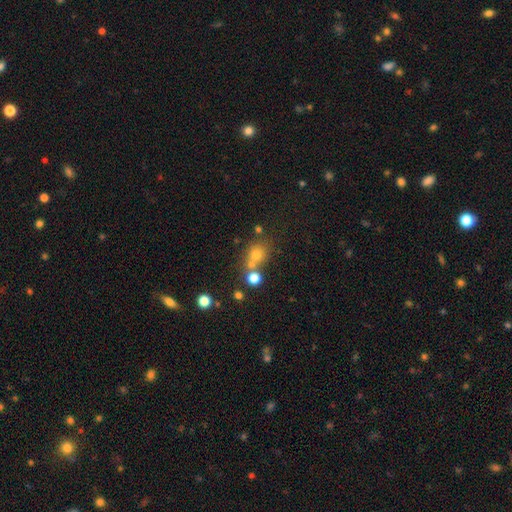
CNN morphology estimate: type=smooth (64%); roundness=round (75%); merging=none (55%).